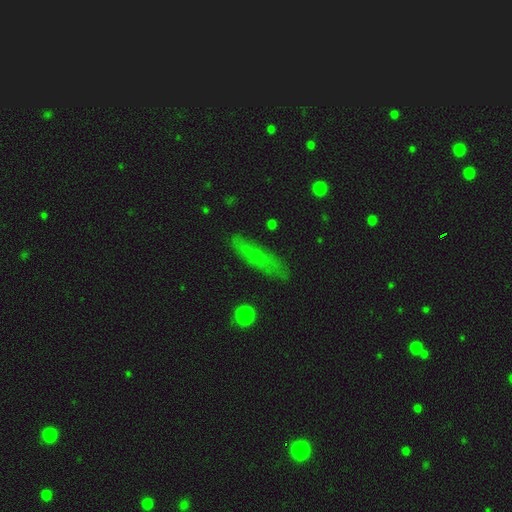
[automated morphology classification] Smooth or featured: smooth — 62% (featured or disk — 27%)
How rounded: cigar-shaped — 76% (in between — 21%)
Merging: none — 78% (minor disturbance — 16%)